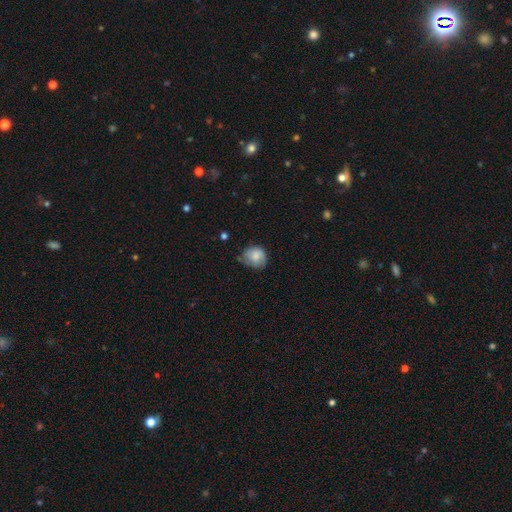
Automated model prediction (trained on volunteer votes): Overall: smooth (74%). How rounded: round (73%). Merging: none (50%; minor disturbance 37%).